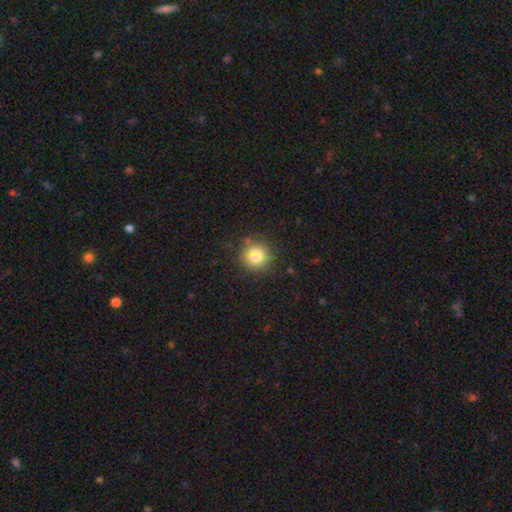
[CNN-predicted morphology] smooth_or_featured: smooth (p=0.82) [alt: star or artifact p=0.11]
how_rounded: round (p=0.92) [alt: in between p=0.07]
merging: none (p=0.85) [alt: minor disturbance p=0.09]